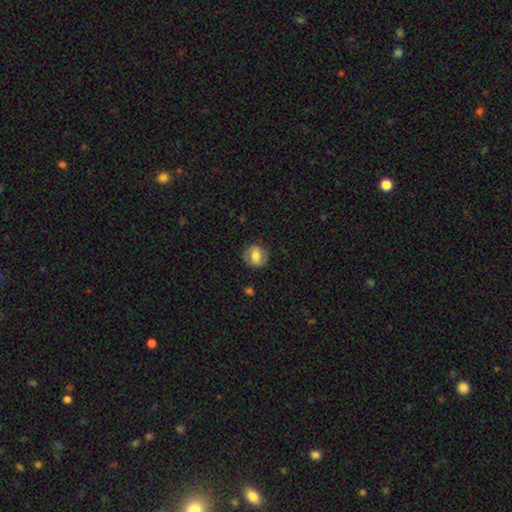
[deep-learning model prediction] Smooth or featured?
  - smooth: 51% *
  - featured or disk: 41%
  - star or artifact: 8%
How rounded?
  - round: 71% *
  - in between: 28%
  - cigar-shaped: 1%
Merging?
  - none: 79% *
  - minor disturbance: 14%
  - major disturbance: 6%
  - merger: 1%